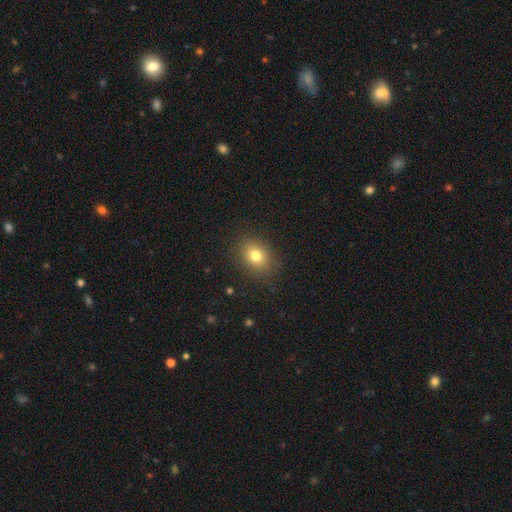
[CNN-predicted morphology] Smooth or featured?
  - smooth: 78% *
  - star or artifact: 12%
  - featured or disk: 10%
How rounded?
  - in between: 55% *
  - round: 44%
  - cigar-shaped: 1%
Merging?
  - none: 85% *
  - minor disturbance: 11%
  - major disturbance: 4%
  - merger: 1%